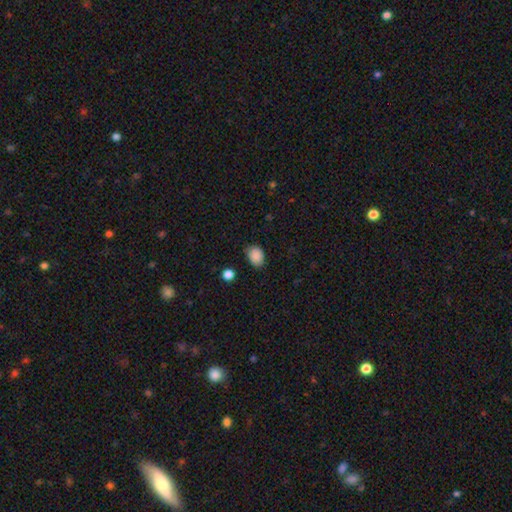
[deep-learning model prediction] Smooth or featured? Predicted: smooth (p=0.88). How rounded? Predicted: in between (p=0.65). Merging? Predicted: none (p=0.77).